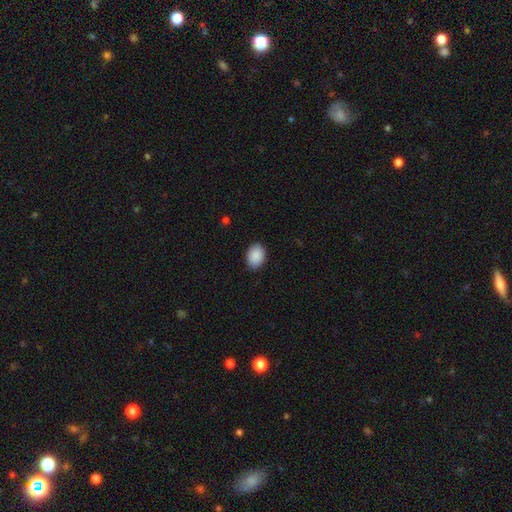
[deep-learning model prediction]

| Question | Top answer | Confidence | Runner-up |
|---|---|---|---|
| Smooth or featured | smooth | 90% | star or artifact (7%) |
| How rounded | in between | 76% | round (23%) |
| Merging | none | 87% | minor disturbance (10%) |